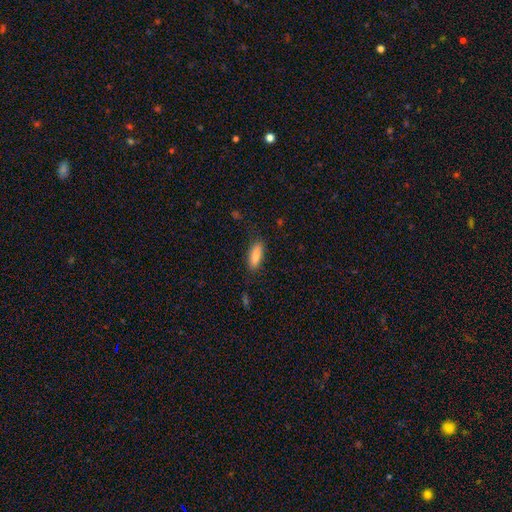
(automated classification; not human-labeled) smooth 82%, featured or disk 11%, star or artifact 7%. Down the decision tree: how rounded — in between (60%); merging — none (83%).